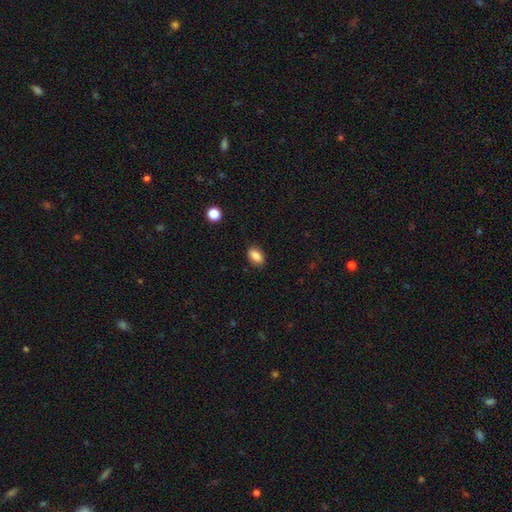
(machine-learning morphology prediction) This appears to be a smooth galaxy with no disk features (87%) that is in between round and cigar-shaped (87%). Merging: none (87%).